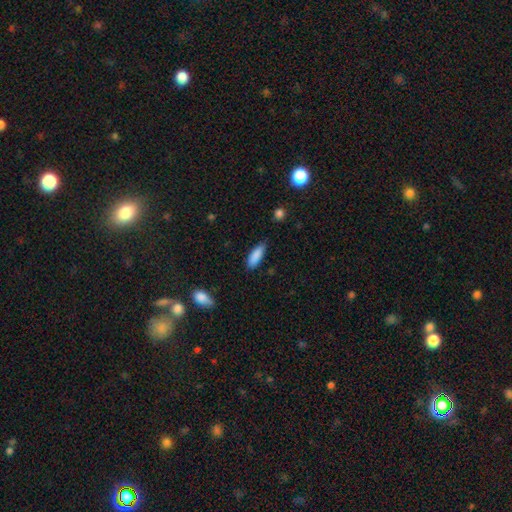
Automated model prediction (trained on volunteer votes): The model was most divided on "how rounded": in between: 63%, cigar-shaped: 36%, round: 2%. More confident: smooth or featured — smooth (88%); merging — none (75%).